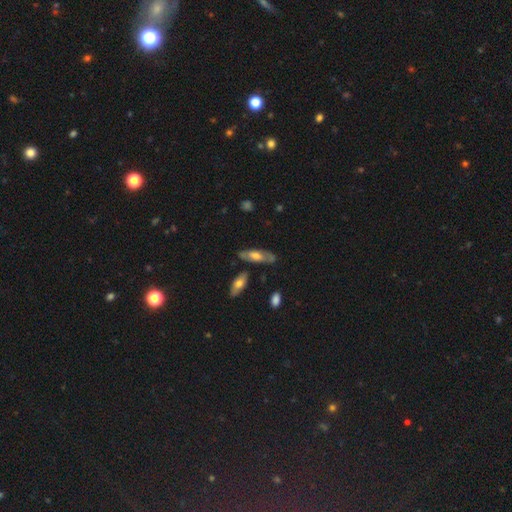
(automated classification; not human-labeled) A featured or disk galaxy (51%).

Vote fractions:
- Smooth or featured? featured or disk: 51% / smooth: 43% / star or artifact: 6%
- Edge-on disk? no: 64% / yes: 36%
- Merging? none: 72% / minor disturbance: 17% / merger: 6% / major disturbance: 5%